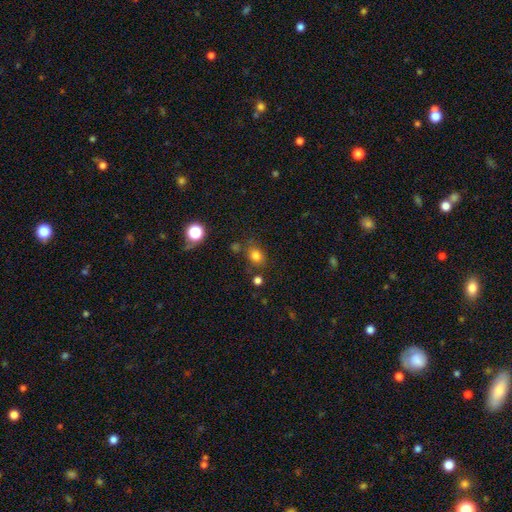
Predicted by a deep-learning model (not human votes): A smooth galaxy with no disk features (79%) that is round (59%).

Vote fractions:
- Smooth or featured? smooth: 79% / star or artifact: 14% / featured or disk: 7%
- How rounded? round: 59% / in between: 40% / cigar-shaped: 1%
- Merging? none: 71% / minor disturbance: 15% / merger: 7% / major disturbance: 6%